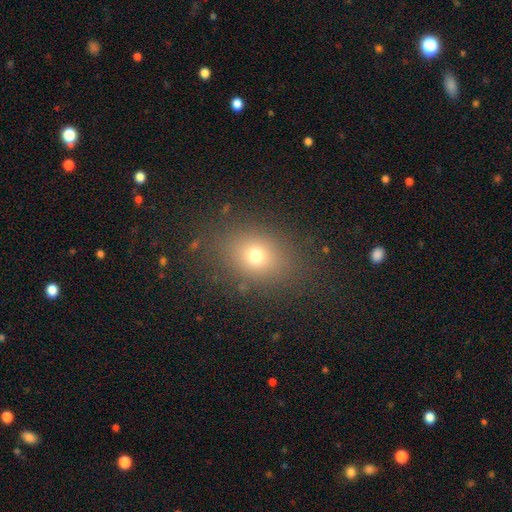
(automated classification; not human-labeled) Smooth or featured? Predicted: smooth (p=0.69). How rounded? Predicted: in between (p=0.50). Merging? Predicted: none (p=0.83).